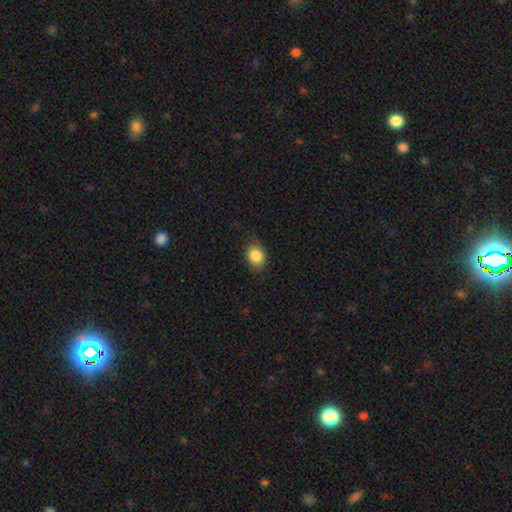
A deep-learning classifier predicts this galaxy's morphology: Smooth or featured?
  - smooth: 86% *
  - star or artifact: 8%
  - featured or disk: 6%
How rounded?
  - in between: 70% *
  - round: 29%
  - cigar-shaped: 1%
Merging?
  - none: 82% *
  - minor disturbance: 14%
  - major disturbance: 3%
  - merger: 1%